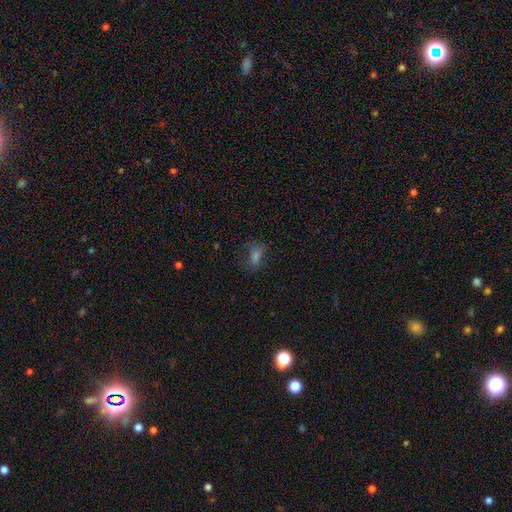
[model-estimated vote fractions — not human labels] Morphology: type=smooth (59%); roundness=in between (75%); merging=none (62%).